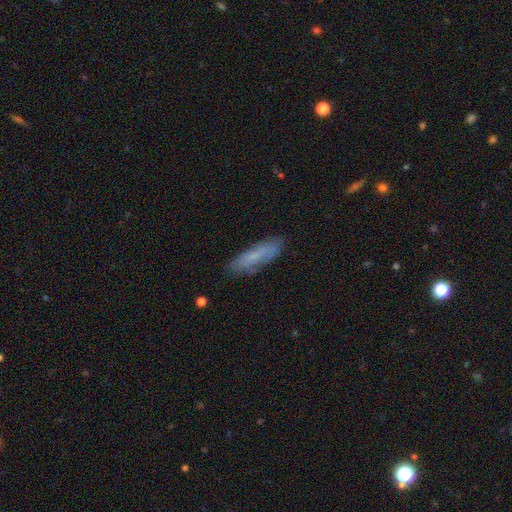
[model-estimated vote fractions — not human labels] The model was most divided on "smooth or featured": smooth: 61%, featured or disk: 31%, star or artifact: 8%. More confident: merging — none (81%); how rounded — cigar-shaped (65%).